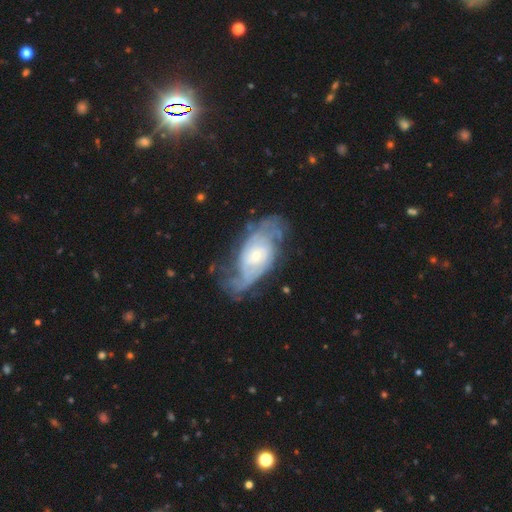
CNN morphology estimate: Overall: featured or disk (81%). Edge-on disk: no (94%). Bar: no (69%). Spiral arms: yes (89%). Spiral arm count: 2 (39%; can't tell 38%). Spiral winding: tight (51%; medium 34%). Bulge size: small (65%; moderate 29%). Merging: none (60%; minor disturbance 22%).